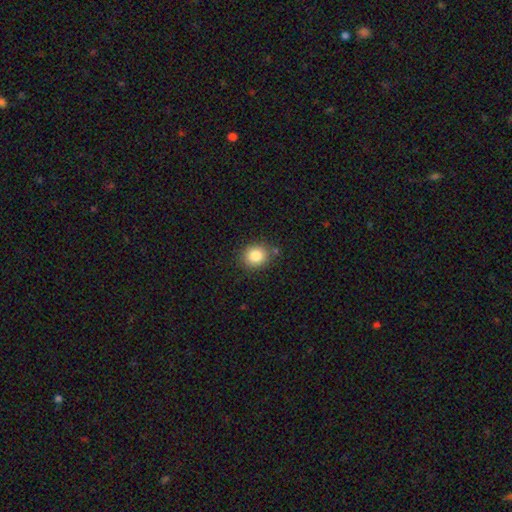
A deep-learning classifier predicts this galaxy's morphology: Overall: smooth (84%). How rounded: round (77%). Merging: none (82%).